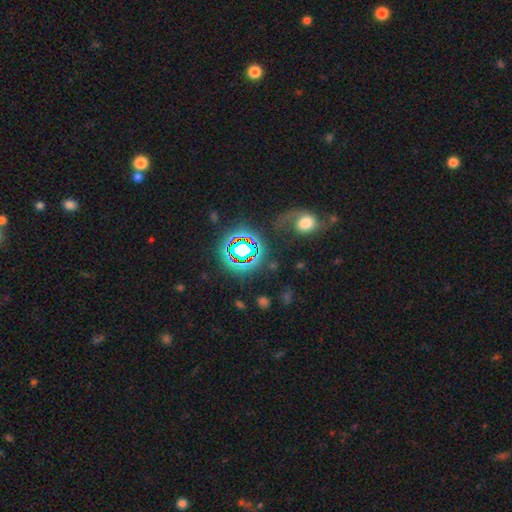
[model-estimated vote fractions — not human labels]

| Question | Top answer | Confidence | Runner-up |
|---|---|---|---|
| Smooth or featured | star or artifact | 56% | smooth (23%) |